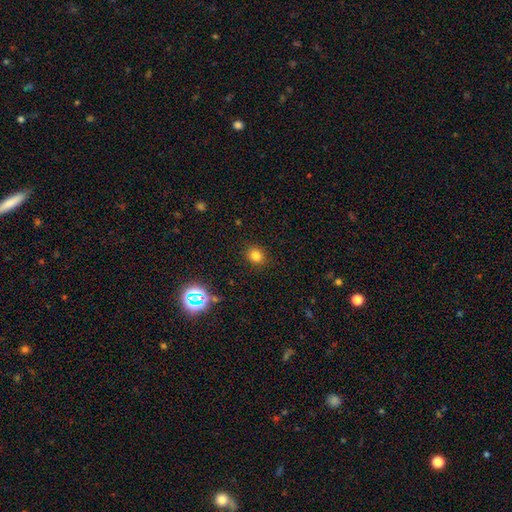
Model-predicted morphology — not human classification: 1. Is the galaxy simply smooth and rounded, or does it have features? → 78% smooth, 17% star or artifact, 5% featured or disk.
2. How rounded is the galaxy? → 69% round, 30% in between, 1% cigar-shaped.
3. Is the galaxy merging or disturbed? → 88% none, 8% minor disturbance, 3% major disturbance, 1% merger.